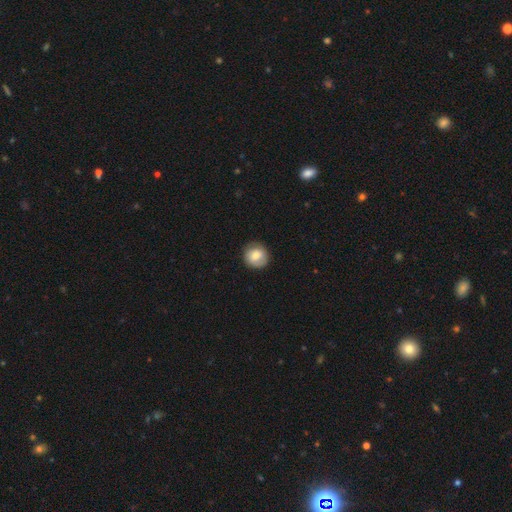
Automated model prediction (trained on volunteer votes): Smooth or featured?
  - smooth: 68% *
  - featured or disk: 24%
  - star or artifact: 7%
How rounded?
  - round: 88% *
  - in between: 11%
  - cigar-shaped: 1%
Merging?
  - none: 82% *
  - minor disturbance: 13%
  - major disturbance: 3%
  - merger: 1%